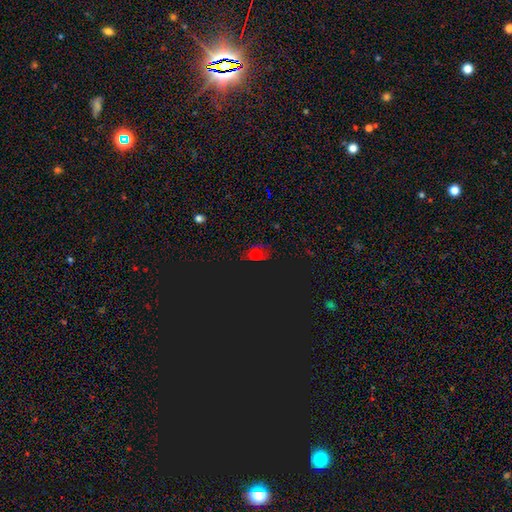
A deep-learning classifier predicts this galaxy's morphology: The model was most divided on "smooth or featured": star or artifact: 50%, smooth: 36%, featured or disk: 14%.